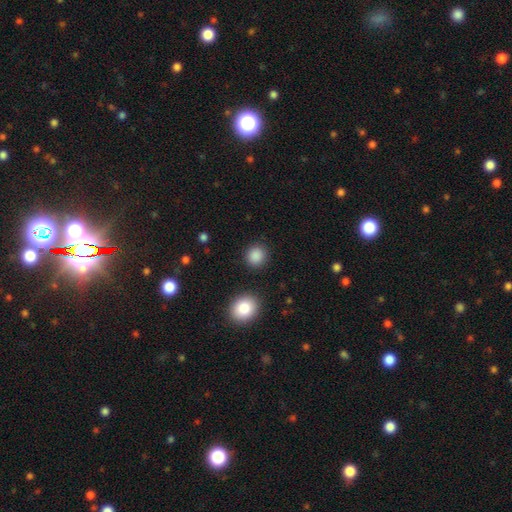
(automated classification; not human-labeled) A smooth galaxy with no disk features (88%) that is round (86%). Merging: none (89%).